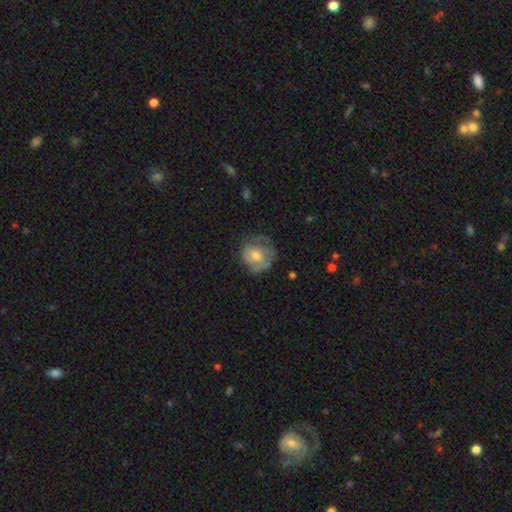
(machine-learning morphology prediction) Smooth or featured? Predicted: smooth (p=0.56). How rounded? Predicted: round (p=0.81). Merging? Predicted: none (p=0.57).